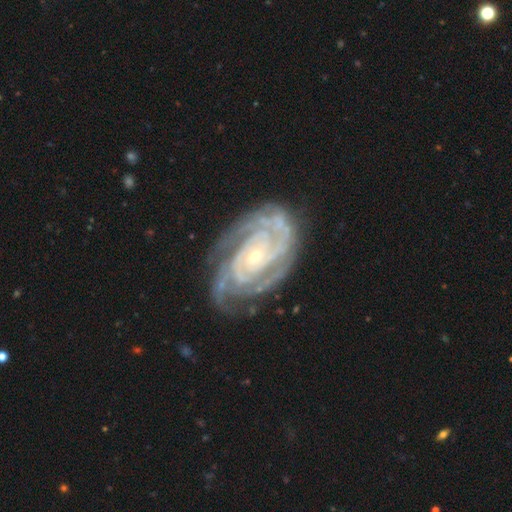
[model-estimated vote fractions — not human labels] Smooth or featured? featured or disk (92%)
Edge-on disk? no (97%)
Bar? no (64%)
Spiral arms? yes (98%)
Spiral winding? tight (77%)
Spiral arm count? 2 (29%)
Bulge size? small (74%)
Merging? none (73%)